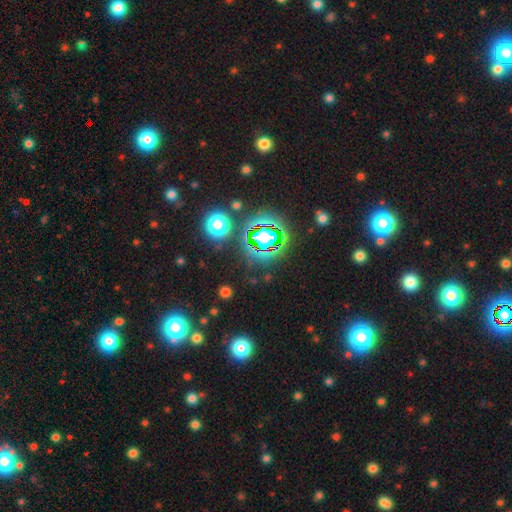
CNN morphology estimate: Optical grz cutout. It shows a star or artifact, not a galaxy (75%).